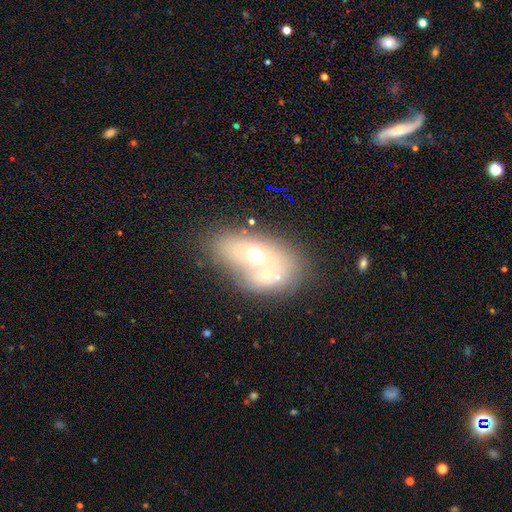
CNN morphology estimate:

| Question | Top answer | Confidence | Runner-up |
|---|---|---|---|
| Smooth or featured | smooth | 52% | featured or disk (32%) |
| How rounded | in between | 71% | round (26%) |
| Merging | merger | 54% | none (29%) |